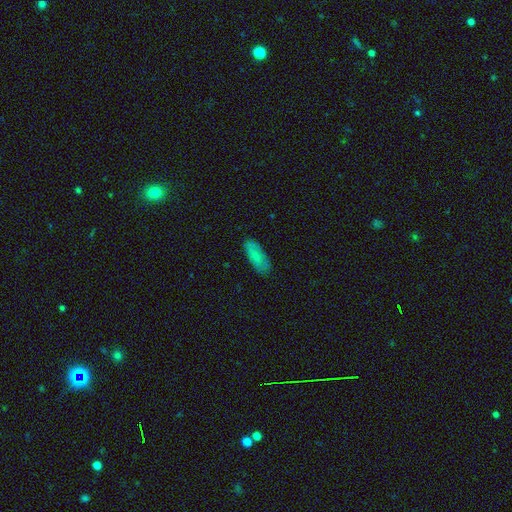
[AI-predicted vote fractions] Smooth or featured?
  - smooth: 78% *
  - featured or disk: 15%
  - star or artifact: 7%
How rounded?
  - in between: 77% *
  - cigar-shaped: 21%
  - round: 2%
Merging?
  - none: 83% *
  - minor disturbance: 13%
  - major disturbance: 3%
  - merger: 1%